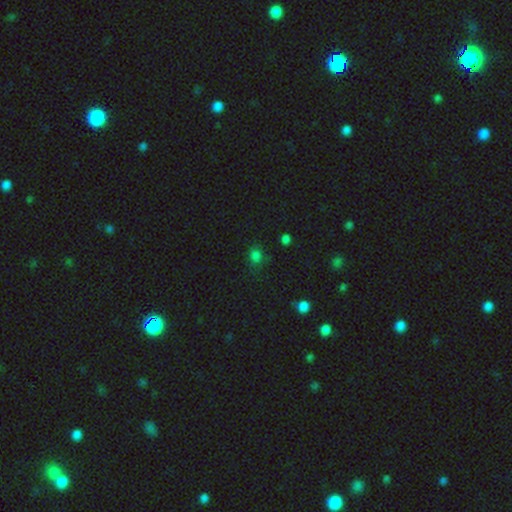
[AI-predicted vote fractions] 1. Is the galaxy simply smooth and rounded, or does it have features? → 69% smooth, 26% star or artifact, 5% featured or disk.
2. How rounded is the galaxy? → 66% round, 33% in between, 1% cigar-shaped.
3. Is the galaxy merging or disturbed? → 72% none, 18% minor disturbance, 7% major disturbance, 3% merger.